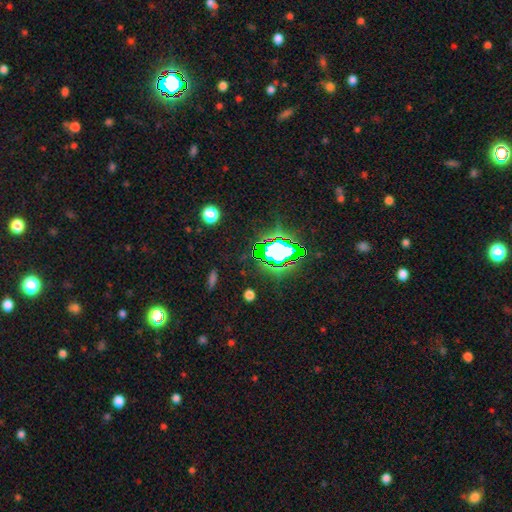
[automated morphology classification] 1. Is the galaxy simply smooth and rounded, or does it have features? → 75% star or artifact, 15% smooth, 10% featured or disk.